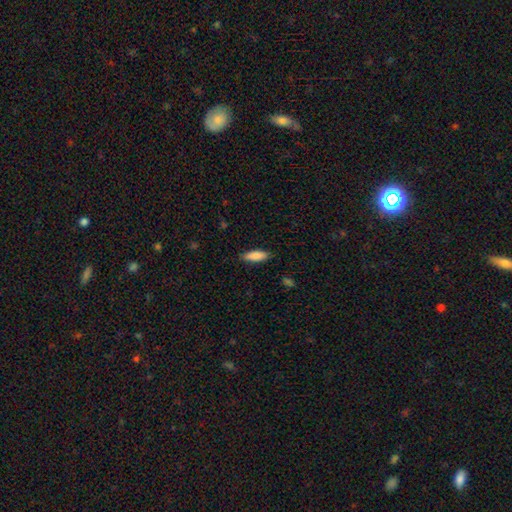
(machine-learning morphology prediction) A smooth galaxy with no disk features (87%) that is in between round and cigar-shaped (64%).

Vote fractions:
- Smooth or featured? smooth: 87% / featured or disk: 7% / star or artifact: 6%
- How rounded? in between: 64% / cigar-shaped: 34% / round: 2%
- Merging? none: 85% / minor disturbance: 12% / major disturbance: 2% / merger: 1%